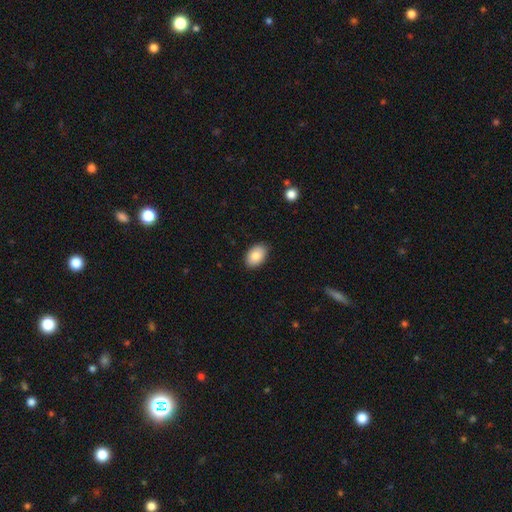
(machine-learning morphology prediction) This appears to be a smooth galaxy with no disk features (84%) that is in between round and cigar-shaped (90%). Merging: none (88%).